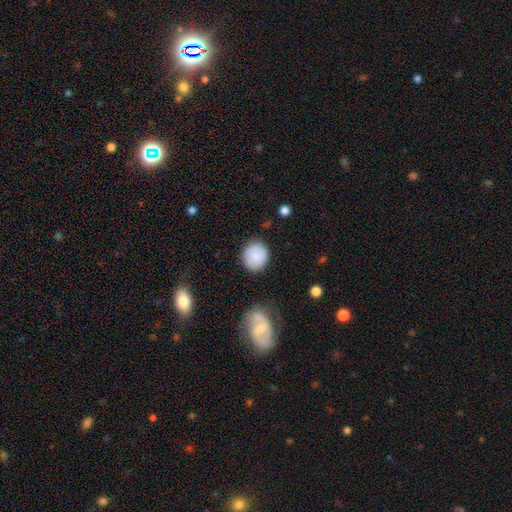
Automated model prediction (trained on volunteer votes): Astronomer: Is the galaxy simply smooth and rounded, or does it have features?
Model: smooth — 84%.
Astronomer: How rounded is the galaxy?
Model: round — 84%.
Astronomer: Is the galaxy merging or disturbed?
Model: none — 84%.